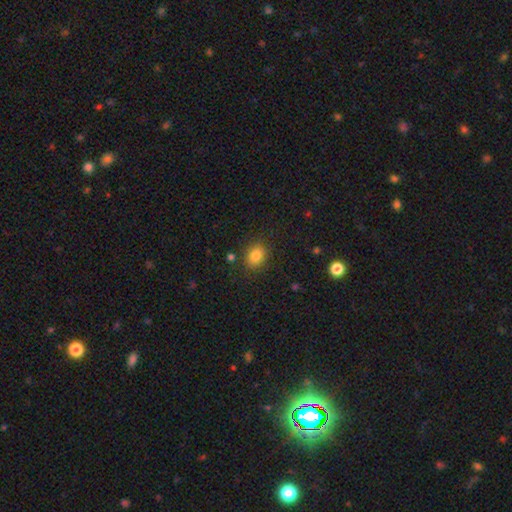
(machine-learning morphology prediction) type=smooth (83%); roundness=in between (53%); merging=none (83%).